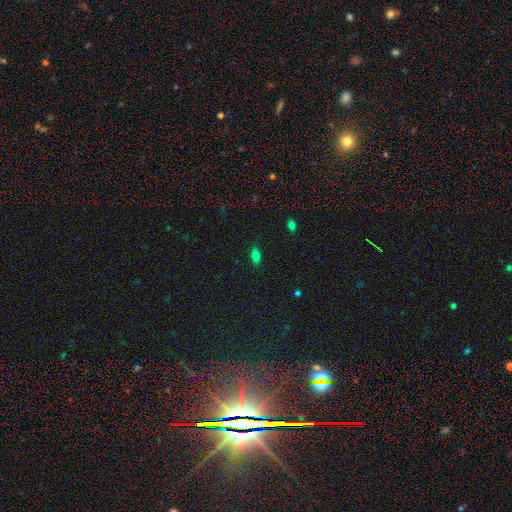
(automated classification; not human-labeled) The model was most divided on "smooth or featured": smooth: 75%, star or artifact: 16%, featured or disk: 9%. More confident: how rounded — in between (86%); merging — none (82%).